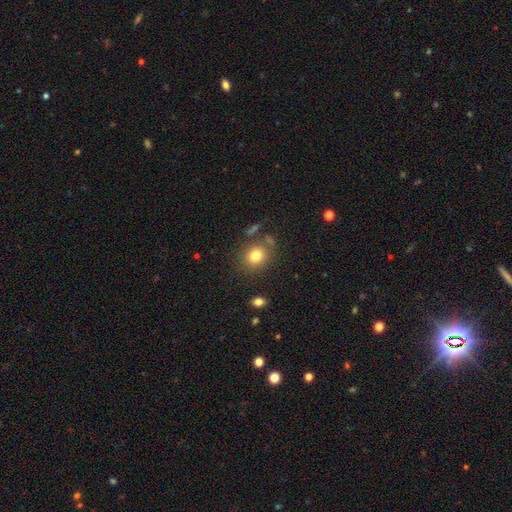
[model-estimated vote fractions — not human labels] smooth_or_featured: smooth (p=0.79) [alt: star or artifact p=0.12]
how_rounded: round (p=0.70) [alt: in between p=0.29]
merging: none (p=0.76) [alt: minor disturbance p=0.12]